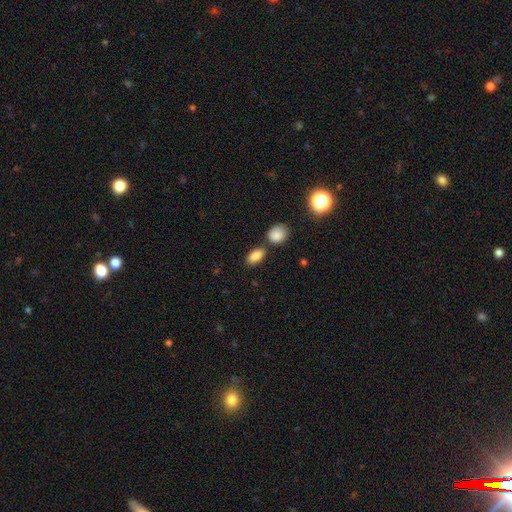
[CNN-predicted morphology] Q: Smooth or featured?
A: smooth (86%); runner-up: star or artifact (9%)
Q: How rounded?
A: in between (88%); runner-up: round (7%)
Q: Merging?
A: none (70%); runner-up: merger (16%)